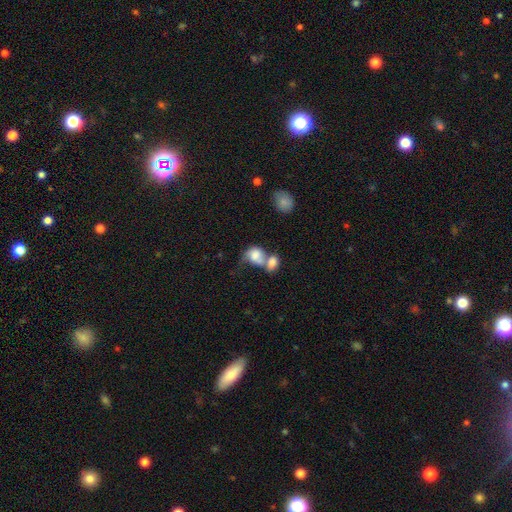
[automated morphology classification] Smooth or featured? Predicted: smooth (p=0.70). How rounded? Predicted: in between (p=0.60). Merging? Predicted: merger (p=0.71).